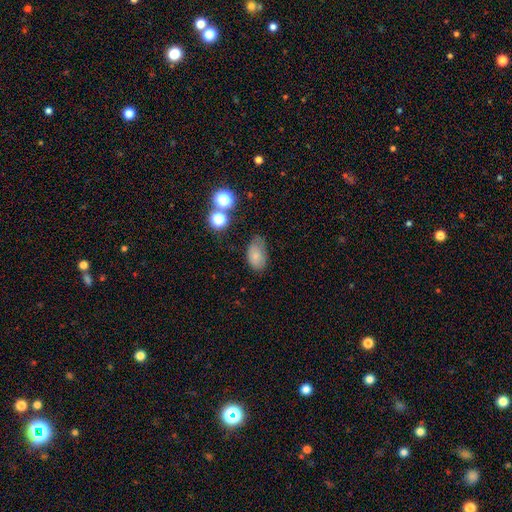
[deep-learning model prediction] Smooth or featured? smooth (76%)
How rounded? in between (89%)
Merging? none (51%)